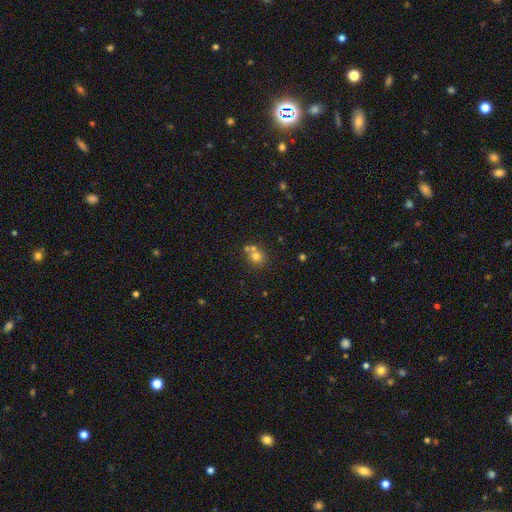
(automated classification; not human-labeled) Smooth or featured? smooth (70%)
How rounded? round (83%)
Merging? none (52%)